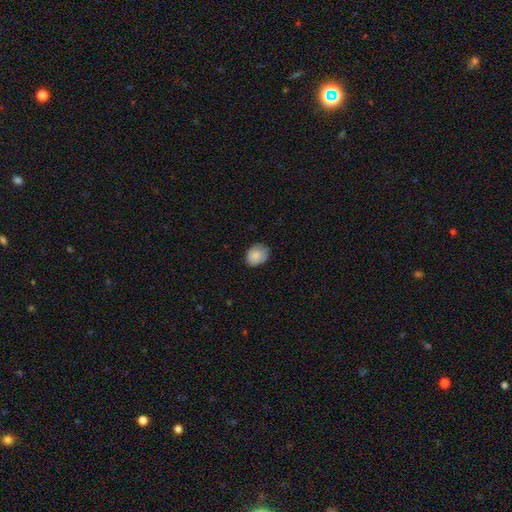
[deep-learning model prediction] Smooth or featured: smooth — 87% (star or artifact — 8%)
How rounded: round — 51% (in between — 48%)
Merging: none — 75% (minor disturbance — 21%)